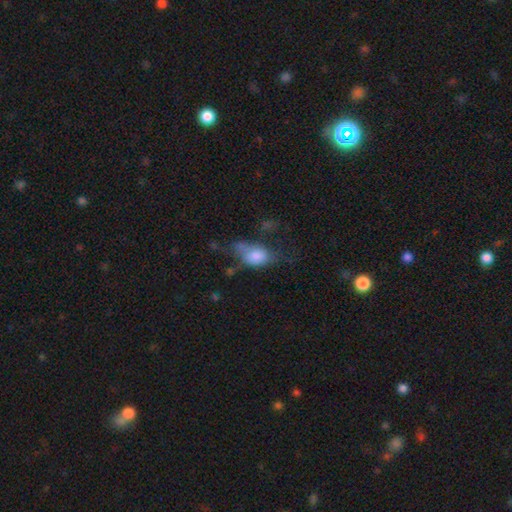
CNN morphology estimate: This appears to be a smooth galaxy with no disk features (69%) that is in between round and cigar-shaped (81%). Merging: major disturbance (34%).